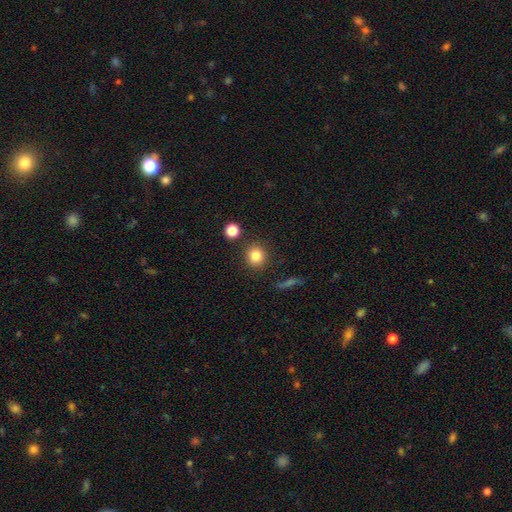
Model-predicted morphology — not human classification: Smooth or featured: smooth — 84% (star or artifact — 11%)
How rounded: round — 88% (in between — 11%)
Merging: none — 85% (minor disturbance — 8%)